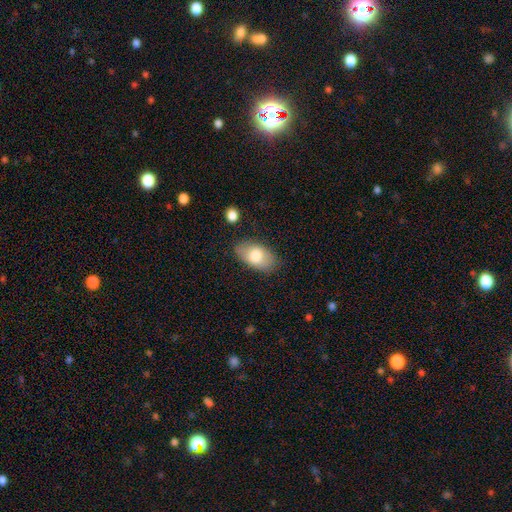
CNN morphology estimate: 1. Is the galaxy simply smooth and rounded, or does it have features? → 75% smooth, 18% featured or disk, 6% star or artifact.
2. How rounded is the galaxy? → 93% in between, 5% round, 2% cigar-shaped.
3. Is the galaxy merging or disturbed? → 80% none, 14% minor disturbance, 4% major disturbance, 2% merger.